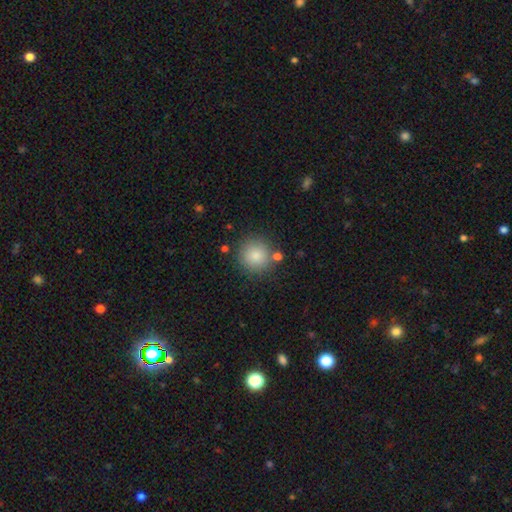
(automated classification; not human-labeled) A smooth galaxy with no disk features (85%) that is round (93%). Merging: none (80%).